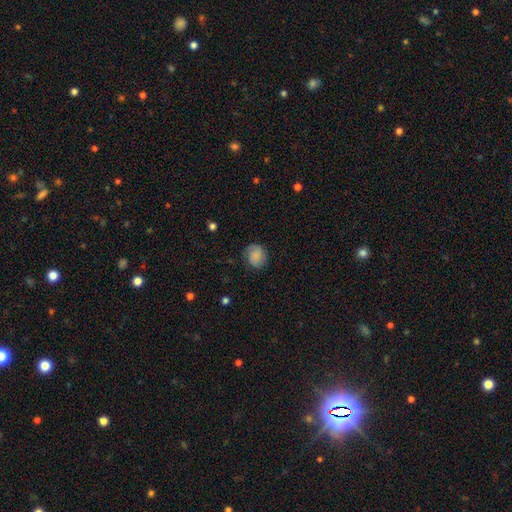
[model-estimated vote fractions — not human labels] Q: Smooth or featured?
A: smooth (68%); runner-up: featured or disk (23%)
Q: How rounded?
A: round (71%); runner-up: in between (29%)
Q: Merging?
A: none (74%); runner-up: minor disturbance (18%)